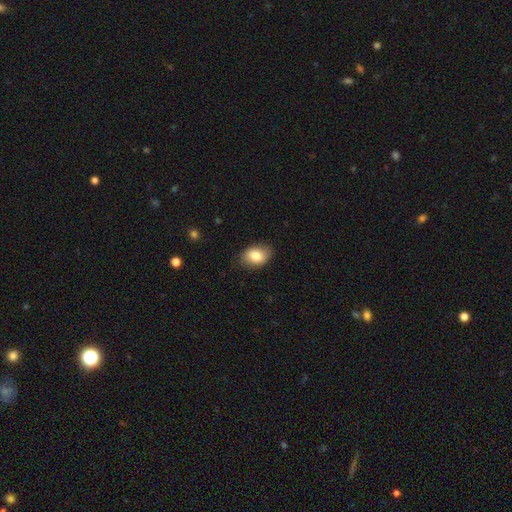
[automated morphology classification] The model was most divided on "merging": none: 80%, minor disturbance: 16%, major disturbance: 3%, merger: 1%. More confident: smooth or featured — smooth (82%); how rounded — in between (82%).